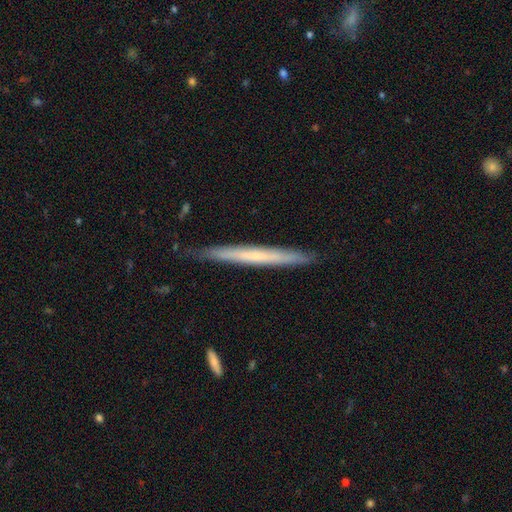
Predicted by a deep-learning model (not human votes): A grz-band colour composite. It shows a featured or disk galaxy (48%). Merging: none (84%).